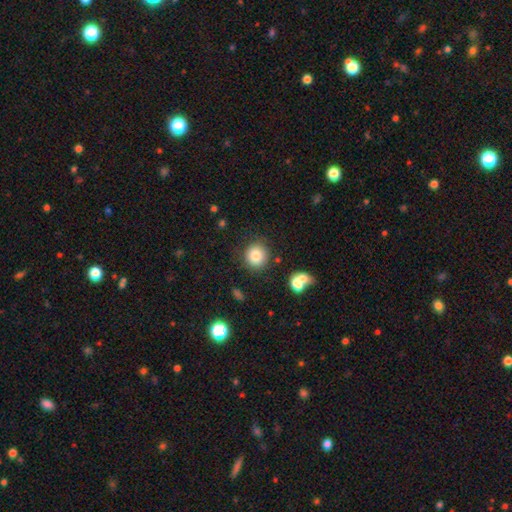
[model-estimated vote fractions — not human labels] A smooth galaxy with no disk features (82%) that is round (89%). Merging: none (83%).